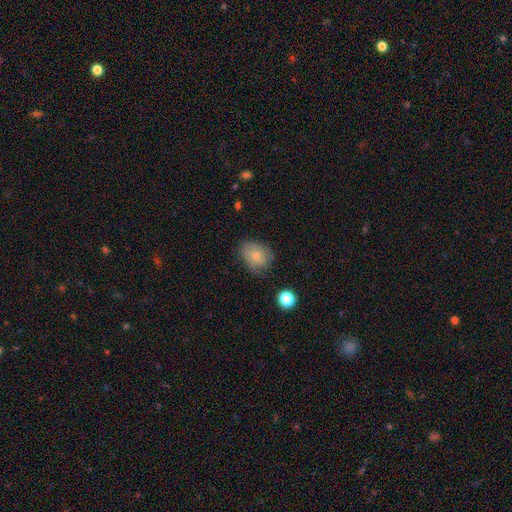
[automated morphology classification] smooth-or-featured: smooth: 74% | featured or disk: 18% | star or artifact: 9%
  how-rounded: in between: 58% | round: 41% | cigar-shaped: 1%
  merging: none: 63% | minor disturbance: 28% | major disturbance: 7% | merger: 2%